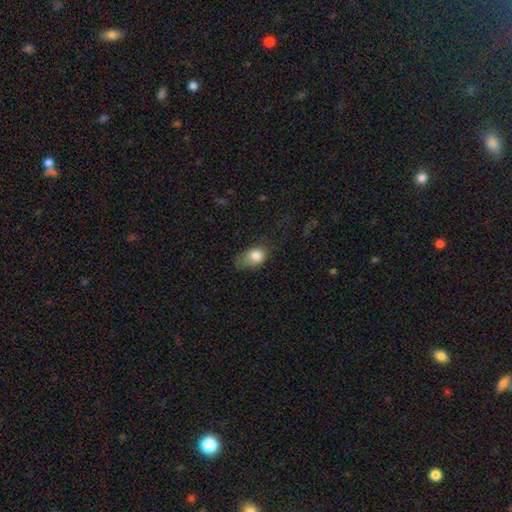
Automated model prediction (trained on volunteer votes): Smooth or featured?
  - smooth: 81% *
  - featured or disk: 11%
  - star or artifact: 9%
How rounded?
  - in between: 78% *
  - round: 20%
  - cigar-shaped: 2%
Merging?
  - none: 38% *
  - minor disturbance: 36%
  - major disturbance: 24%
  - merger: 2%